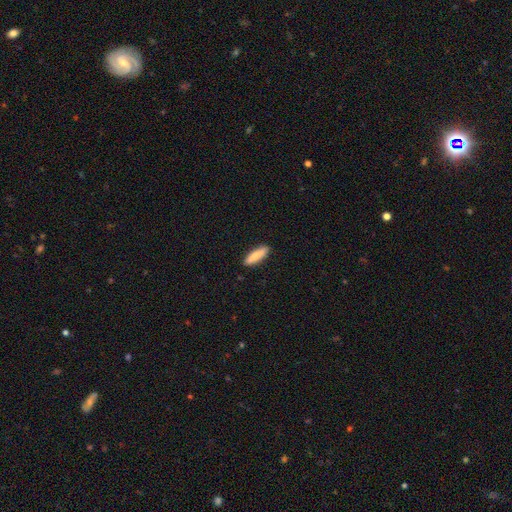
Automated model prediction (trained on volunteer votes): Smooth or featured? Predicted: smooth (p=0.86). How rounded? Predicted: cigar-shaped (p=0.66). Merging? Predicted: none (p=0.90).